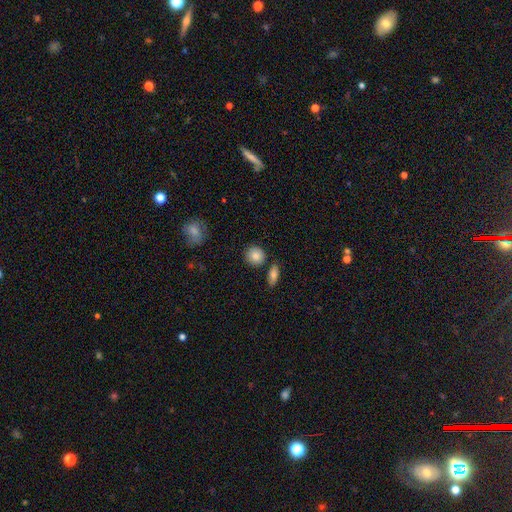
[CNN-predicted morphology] Smooth or featured: smooth — 85% (featured or disk — 8%)
How rounded: round — 85% (in between — 14%)
Merging: none — 81% (minor disturbance — 10%)